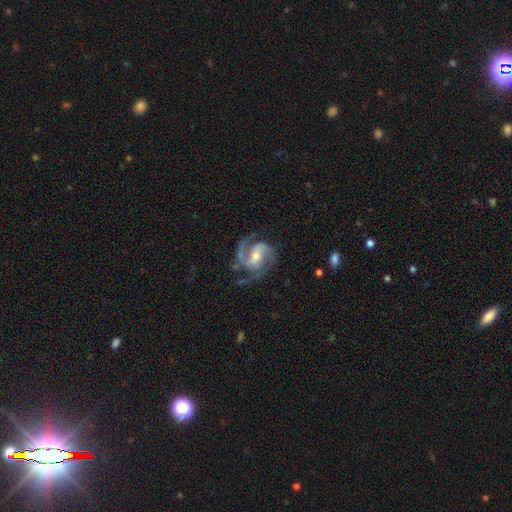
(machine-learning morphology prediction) smooth_or_featured: featured or disk (p=0.91) [alt: smooth p=0.04]
disk_edge_on: no (p=0.98) [alt: yes p=0.02]
bar: weak (p=0.44) [alt: no p=0.30]
has_spiral_arms: yes (p=0.98) [alt: no p=0.02]
spiral_winding: medium (p=0.59) [alt: tight p=0.27]
spiral_arm_count: 2 (p=0.68) [alt: 3 p=0.20]
bulge_size: small (p=0.49) [alt: moderate p=0.45]
merging: none (p=0.67) [alt: minor disturbance p=0.18]